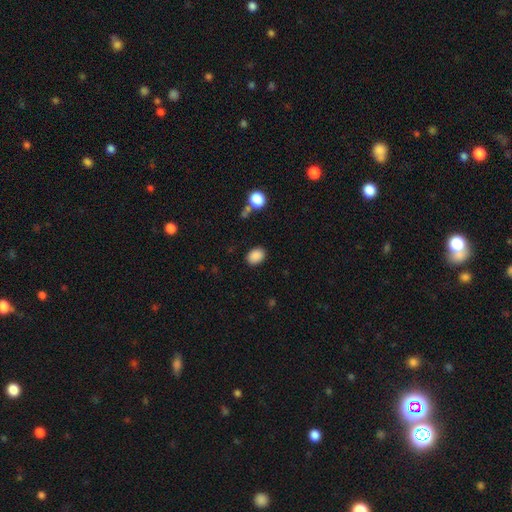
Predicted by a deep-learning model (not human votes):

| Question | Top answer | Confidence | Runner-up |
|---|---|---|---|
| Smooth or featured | smooth | 88% | star or artifact (9%) |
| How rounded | in between | 76% | round (23%) |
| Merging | none | 85% | minor disturbance (10%) |